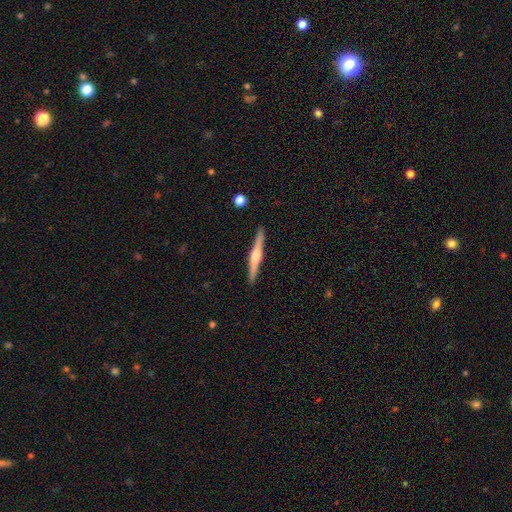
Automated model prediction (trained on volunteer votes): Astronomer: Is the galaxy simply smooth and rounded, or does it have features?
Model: featured or disk — 74%.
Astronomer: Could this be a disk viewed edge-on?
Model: yes — 98%.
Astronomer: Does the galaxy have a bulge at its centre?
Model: rounded — 89%.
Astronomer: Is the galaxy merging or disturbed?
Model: none — 91%.